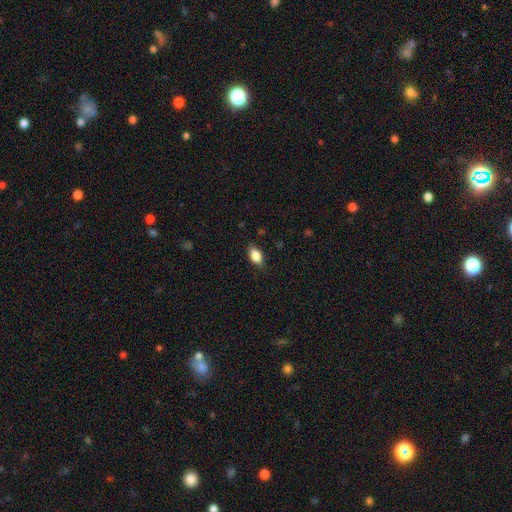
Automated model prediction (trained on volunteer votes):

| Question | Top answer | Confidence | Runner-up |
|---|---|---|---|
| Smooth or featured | smooth | 82% | featured or disk (10%) |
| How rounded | in between | 85% | round (10%) |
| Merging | none | 79% | minor disturbance (16%) |